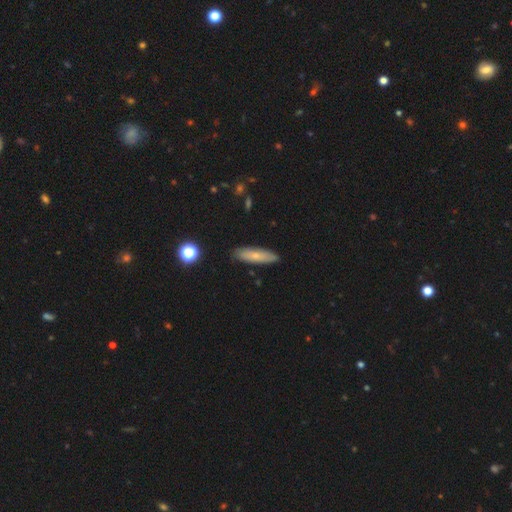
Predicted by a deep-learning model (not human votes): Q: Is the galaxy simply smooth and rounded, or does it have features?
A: smooth — 68%.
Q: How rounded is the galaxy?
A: cigar-shaped — 69%.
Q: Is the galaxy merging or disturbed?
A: none — 87%.